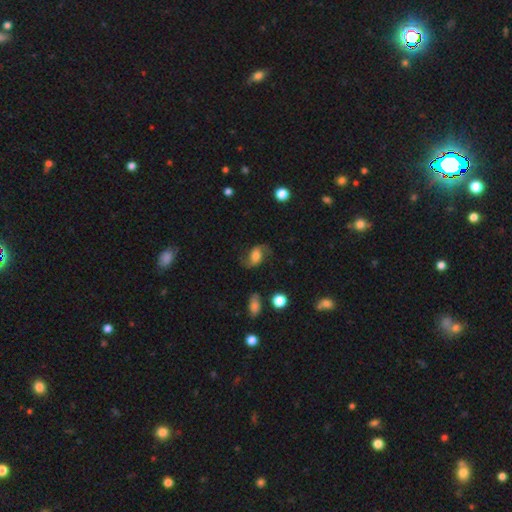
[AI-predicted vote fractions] smooth-or-featured: featured or disk: 67% | smooth: 24% | star or artifact: 9%
  disk-edge-on: no: 96% | yes: 4%
    bar: no: 47% | weak: 39% | strong: 14%
    has-spiral-arms: yes: 93% | no: 7%
      spiral-winding: loose: 63% | medium: 30% | tight: 7%
      spiral-arm-count: 2: 92% | can't tell: 3% | 1: 2% | 3: 1% | 4: 1% | more than 4: 1%
    bulge-size: moderate: 43% | large: 27% | small: 18% | none: 8% | dominant: 5%
  merging: none: 72% | minor disturbance: 16% | major disturbance: 10% | merger: 2%